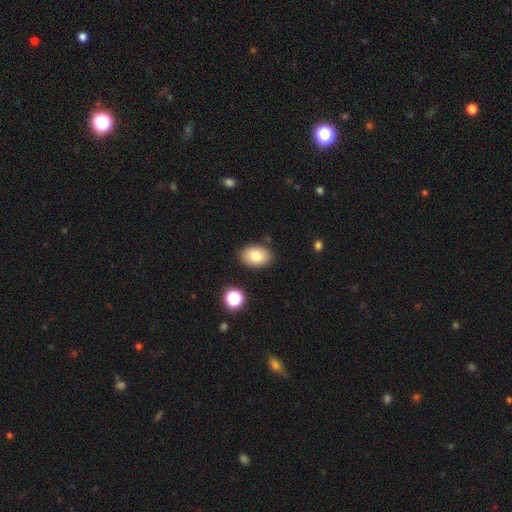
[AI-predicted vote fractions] This appears to be a smooth galaxy with no disk features (80%) that is in between round and cigar-shaped (82%). Merging: none (84%).